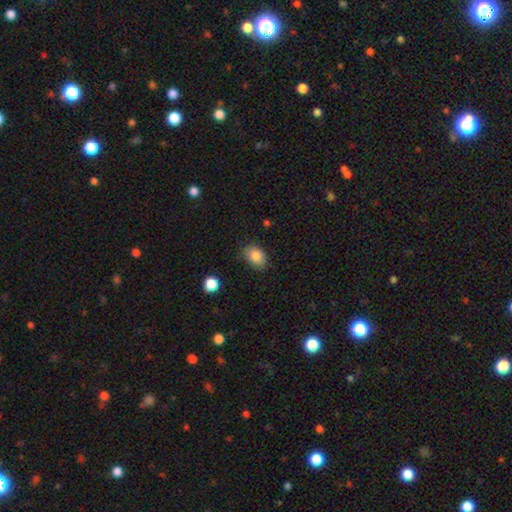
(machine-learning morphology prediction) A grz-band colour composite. It shows a smooth galaxy with no disk features (86%) that is in between round and cigar-shaped (78%). Merging: none (73%).